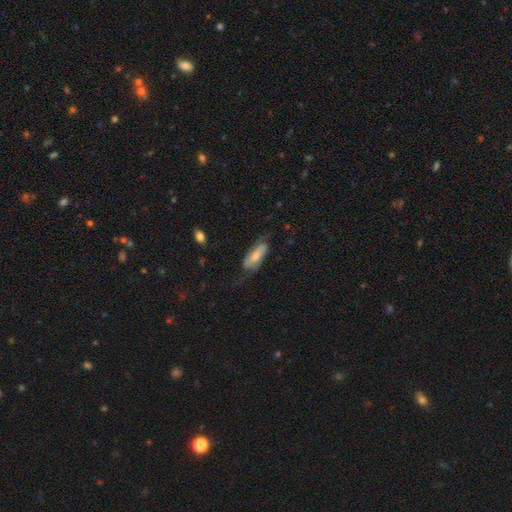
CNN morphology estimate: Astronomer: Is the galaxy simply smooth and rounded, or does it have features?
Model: smooth — 52% (runner-up: featured or disk, 42%).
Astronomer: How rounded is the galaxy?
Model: in between — 69%.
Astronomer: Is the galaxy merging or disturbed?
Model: none — 56%.